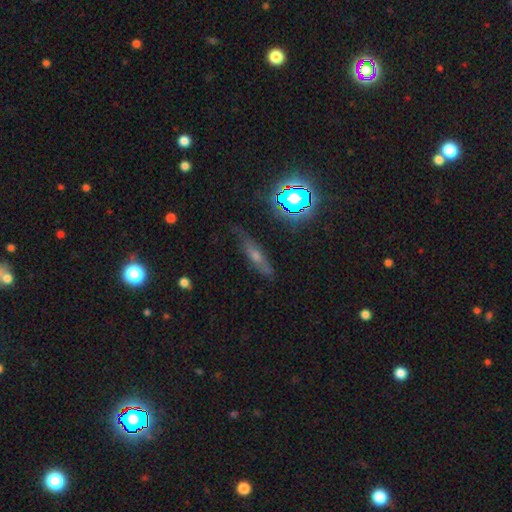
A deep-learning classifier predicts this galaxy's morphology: smooth_or_featured: featured or disk (p=0.41) [alt: smooth p=0.36]
merging: none (p=0.74) [alt: minor disturbance p=0.19]